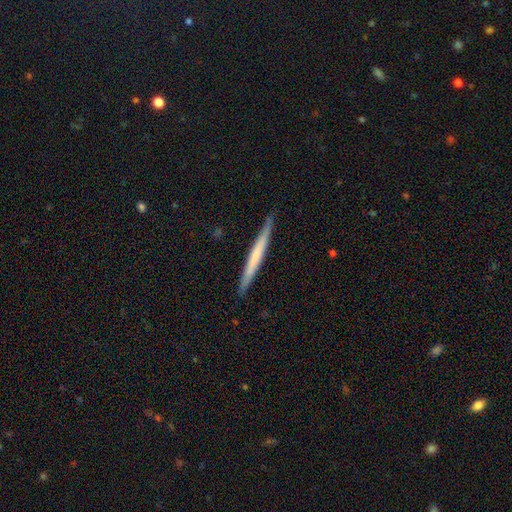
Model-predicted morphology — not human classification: Smooth or featured? smooth (52%)
How rounded? cigar-shaped (97%)
Merging? none (90%)